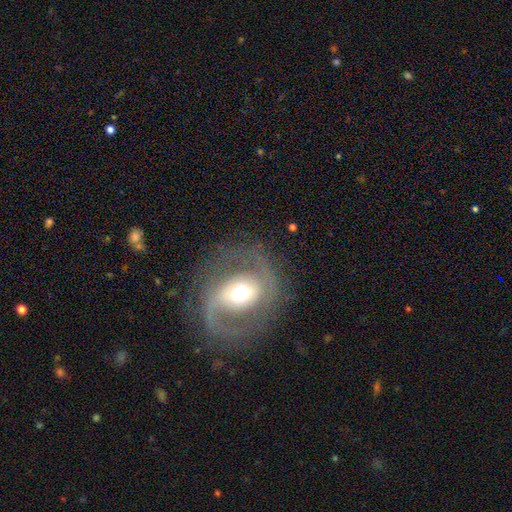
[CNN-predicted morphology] A featured or disk galaxy (87%) with a weak bar (41%), 2 (89%) medium (52%) spiral arms (94%) and a moderate central bulge (63%).

Vote fractions:
- Smooth or featured? featured or disk: 87% / smooth: 8% / star or artifact: 6%
- Edge-on disk? no: 97% / yes: 3%
- Bar? weak: 41% / no: 31% / strong: 28%
- Spiral arms? yes: 94% / no: 6%
- Spiral winding? medium: 52% / tight: 26% / loose: 22%
- Spiral arm count? 2: 89% / can't tell: 3% / 1: 3% / 3: 2% / 4: 1% / more than 4: 1%
- Bulge size? moderate: 63% / large: 24% / small: 9% / dominant: 3% / none: 1%
- Merging? none: 78% / minor disturbance: 13% / major disturbance: 8% / merger: 1%